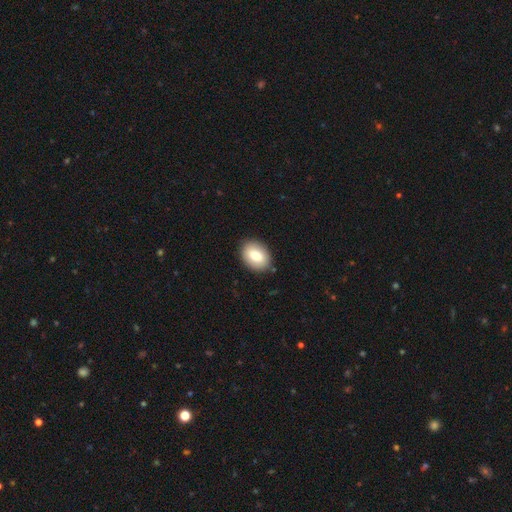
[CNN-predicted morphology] This appears to be a smooth galaxy with no disk features (79%) that is in between round and cigar-shaped (74%). Merging: none (87%).